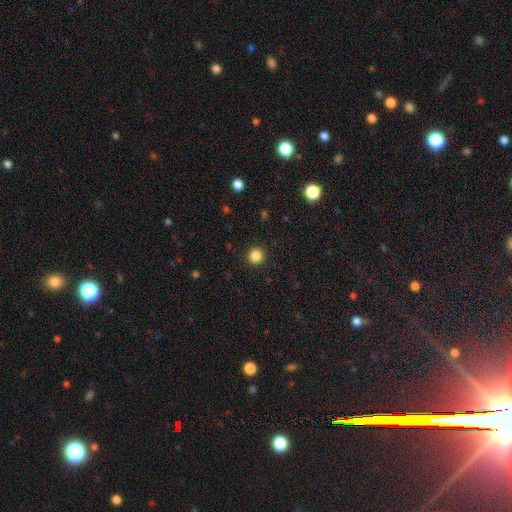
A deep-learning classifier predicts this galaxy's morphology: This appears to be a smooth galaxy with no disk features (86%) that is round (94%). Merging: none (92%).